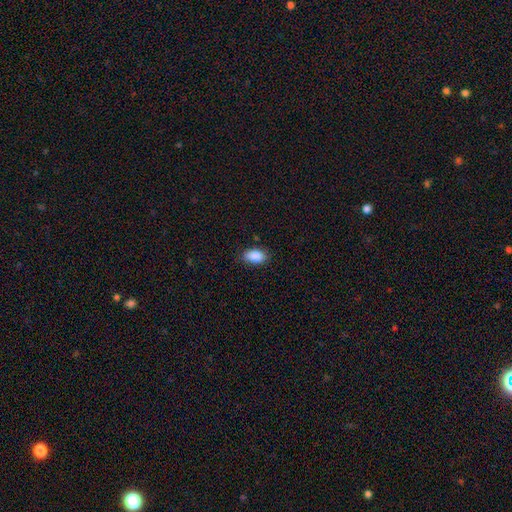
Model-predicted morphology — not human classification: A smooth galaxy with no disk features (86%) that is in between round and cigar-shaped (89%).

Vote fractions:
- Smooth or featured? smooth: 86% / star or artifact: 8% / featured or disk: 7%
- How rounded? in between: 89% / round: 9% / cigar-shaped: 2%
- Merging? none: 81% / minor disturbance: 15% / major disturbance: 3% / merger: 1%